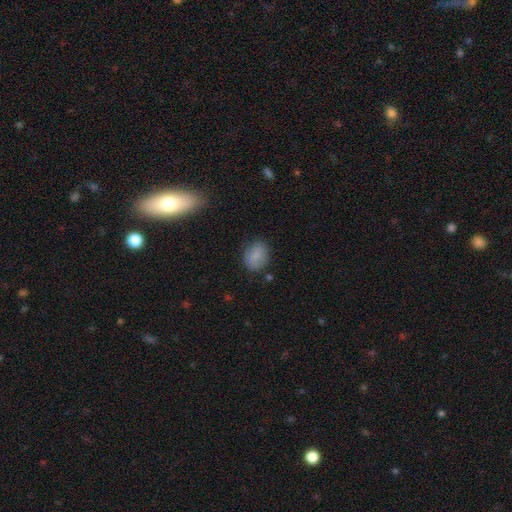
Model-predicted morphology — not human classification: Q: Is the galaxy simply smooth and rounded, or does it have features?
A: smooth — 83%.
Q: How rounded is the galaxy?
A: in between — 56%.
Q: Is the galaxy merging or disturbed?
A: none — 78%.